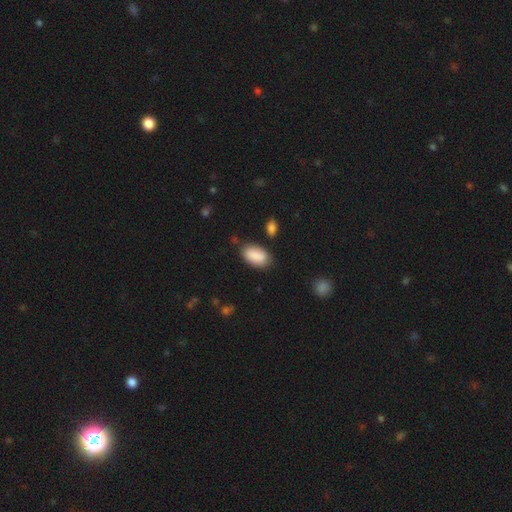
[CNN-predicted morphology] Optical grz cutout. It shows a smooth galaxy with no disk features (89%) that is in between round and cigar-shaped (94%). Merging: none (77%).